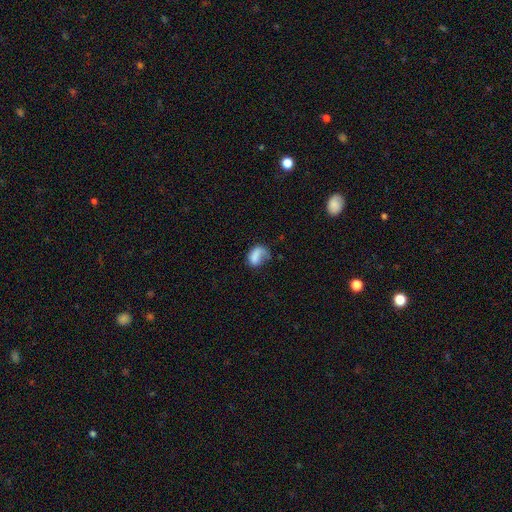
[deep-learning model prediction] Q: Smooth or featured?
A: smooth (67%); runner-up: featured or disk (24%)
Q: How rounded?
A: in between (80%); runner-up: round (18%)
Q: Merging?
A: major disturbance (39%); runner-up: none (30%)